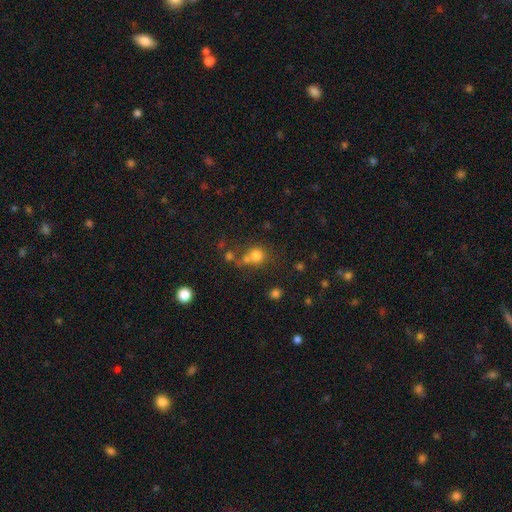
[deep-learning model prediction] smooth_or_featured: smooth (p=0.75) [alt: star or artifact p=0.16]
how_rounded: round (p=0.85) [alt: in between p=0.14]
merging: none (p=0.50) [alt: merger p=0.34]